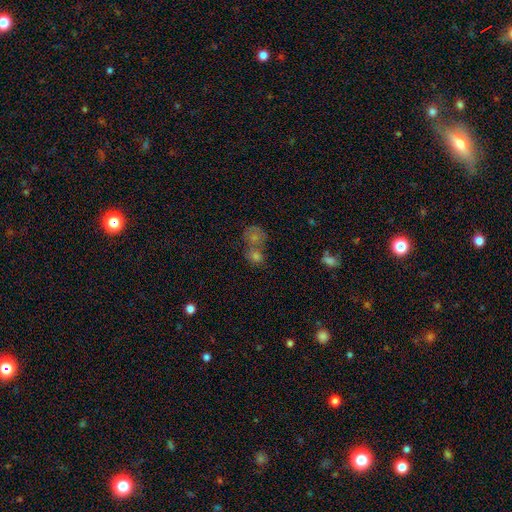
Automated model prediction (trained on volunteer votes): Smooth or featured? smooth (50%)
How rounded? round (72%)
Merging? merger (45%)